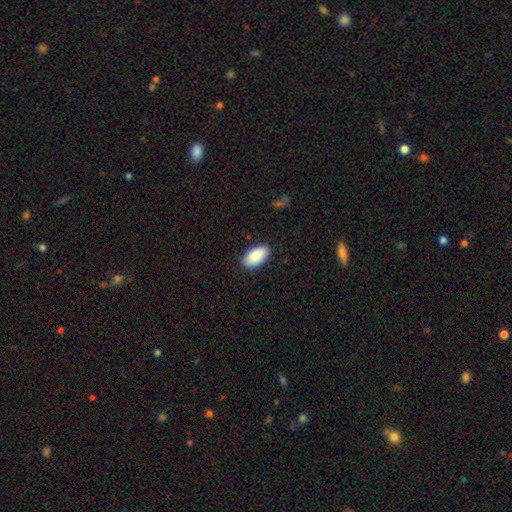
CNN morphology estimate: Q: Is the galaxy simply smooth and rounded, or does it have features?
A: smooth — 87%.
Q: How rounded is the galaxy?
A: in between — 95%.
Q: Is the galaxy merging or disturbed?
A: none — 87%.